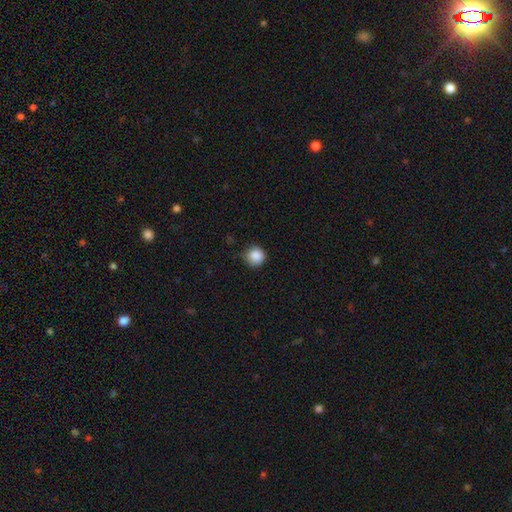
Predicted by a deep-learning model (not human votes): This is clearly a smooth galaxy (87%). How rounded: clearly round (93%). Merging: likely none (75%).